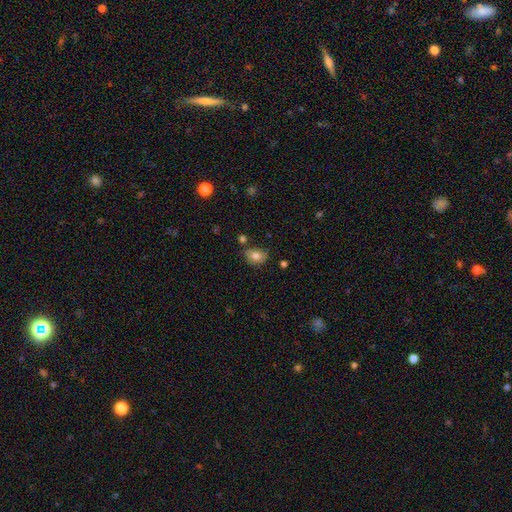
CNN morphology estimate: Smooth or featured?
  - smooth: 78% *
  - featured or disk: 12%
  - star or artifact: 10%
How rounded?
  - in between: 63% *
  - round: 36%
  - cigar-shaped: 1%
Merging?
  - none: 61% *
  - minor disturbance: 25%
  - merger: 7%
  - major disturbance: 6%